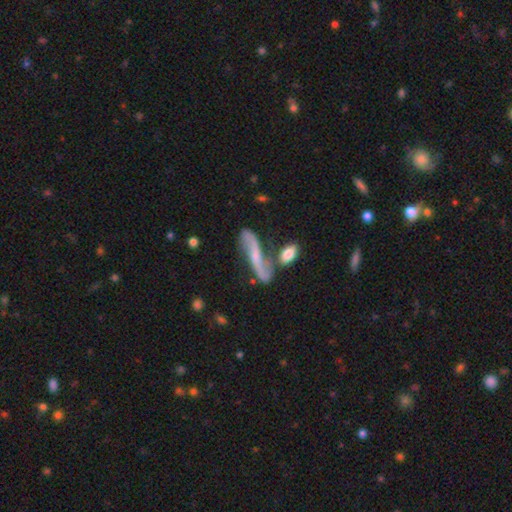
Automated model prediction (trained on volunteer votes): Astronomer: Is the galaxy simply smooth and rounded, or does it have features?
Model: featured or disk — 74%.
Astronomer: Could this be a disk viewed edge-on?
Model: no — 70%.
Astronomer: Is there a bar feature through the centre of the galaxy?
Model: no — 42% (runner-up: weak, 32%).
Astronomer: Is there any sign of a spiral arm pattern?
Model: yes — 91%.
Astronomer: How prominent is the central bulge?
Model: small — 57%.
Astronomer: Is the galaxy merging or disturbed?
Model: none — 57%.